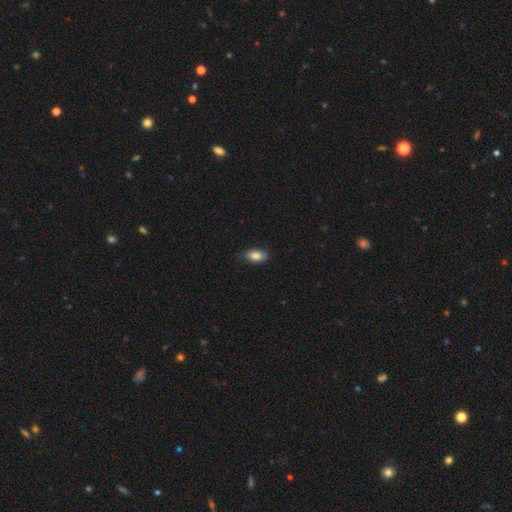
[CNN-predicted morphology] A smooth galaxy with no disk features (85%) that is in between round and cigar-shaped (90%).

Vote fractions:
- Smooth or featured? smooth: 85% / featured or disk: 8% / star or artifact: 7%
- How rounded? in between: 90% / round: 7% / cigar-shaped: 3%
- Merging? none: 76% / minor disturbance: 20% / major disturbance: 3% / merger: 1%